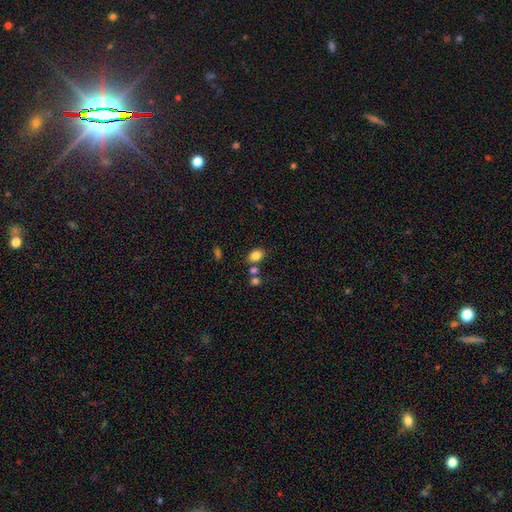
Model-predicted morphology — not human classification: type=smooth (83%); roundness=in between (79%); merging=none (67%).